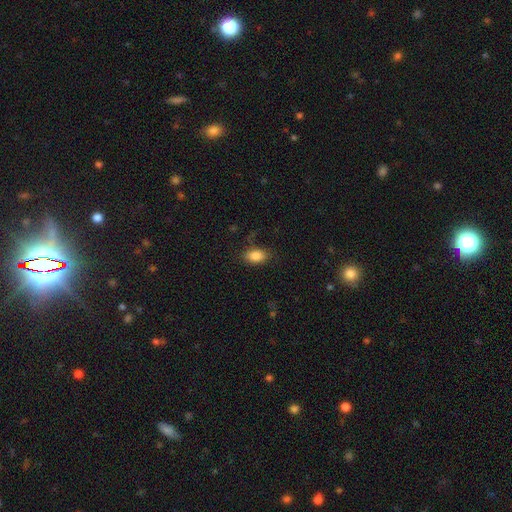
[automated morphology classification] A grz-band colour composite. It shows a smooth galaxy with no disk features (85%) that is in between round and cigar-shaped (89%). Merging: none (79%).